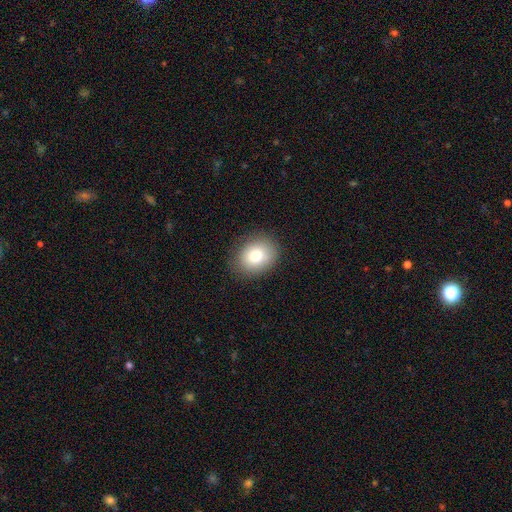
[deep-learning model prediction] Morphology: type=smooth (80%); roundness=in between (53%); merging=none (85%).